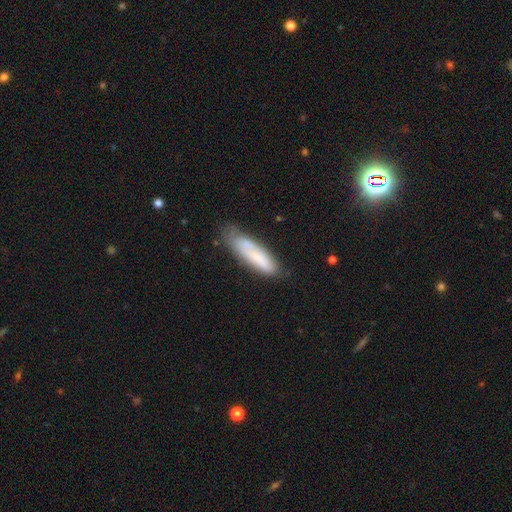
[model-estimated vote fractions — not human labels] Smooth or featured? Predicted: smooth (p=0.72). How rounded? Predicted: cigar-shaped (p=0.67). Merging? Predicted: none (p=0.62).